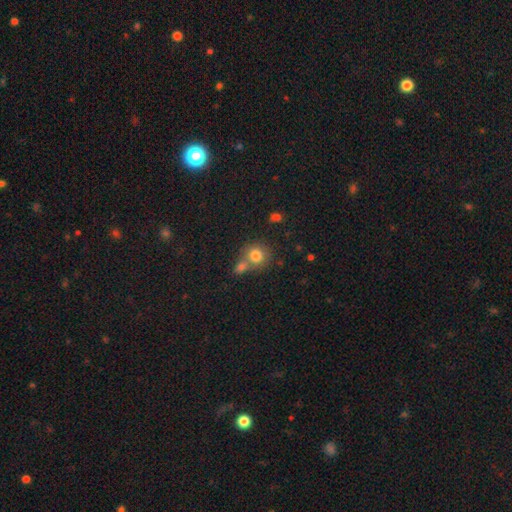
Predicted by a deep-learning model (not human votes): The model was most divided on "merging": none: 50%, merger: 38%, minor disturbance: 9%, major disturbance: 3%. More confident: how rounded — round (85%); smooth or featured — smooth (79%).